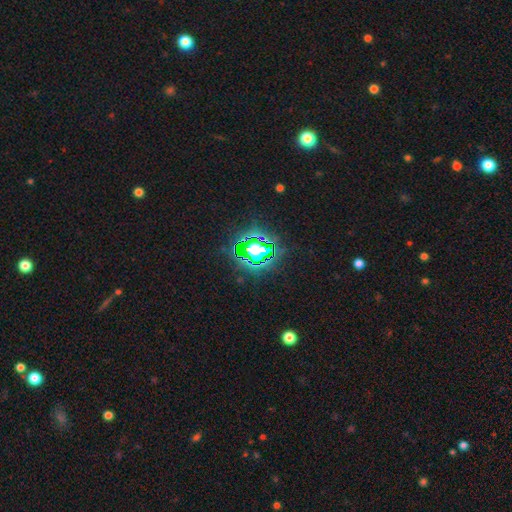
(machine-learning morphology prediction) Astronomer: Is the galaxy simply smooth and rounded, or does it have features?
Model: star or artifact — 82%.